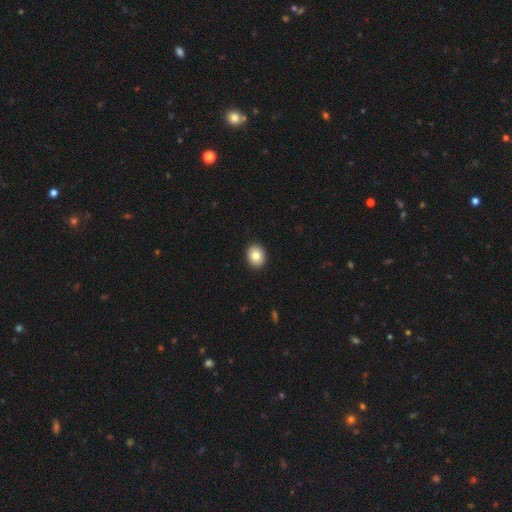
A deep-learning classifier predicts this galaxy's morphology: smooth 82%, featured or disk 9%, star or artifact 8%. Down the decision tree: how rounded — round (57%); merging — none (92%).